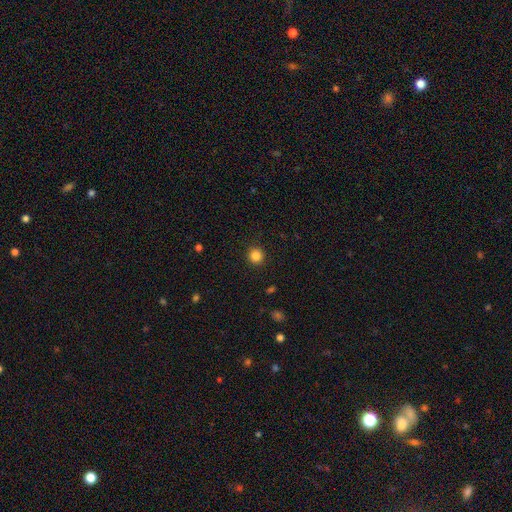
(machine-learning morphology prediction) smooth_or_featured: smooth (p=0.85) [alt: star or artifact p=0.12]
how_rounded: round (p=0.94) [alt: in between p=0.05]
merging: none (p=0.92) [alt: minor disturbance p=0.05]